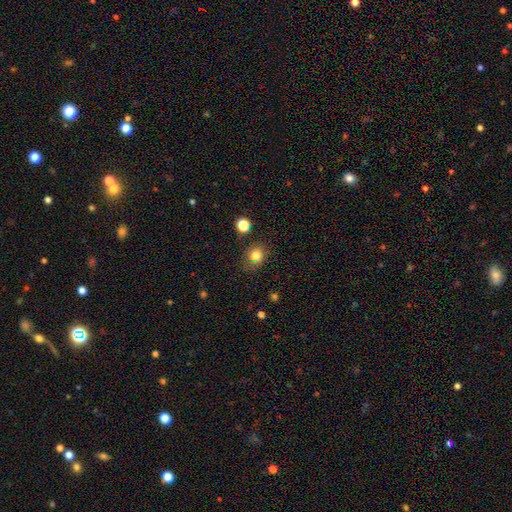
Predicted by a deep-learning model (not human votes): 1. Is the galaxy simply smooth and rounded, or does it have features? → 81% smooth, 12% star or artifact, 7% featured or disk.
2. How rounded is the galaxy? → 65% round, 34% in between, 1% cigar-shaped.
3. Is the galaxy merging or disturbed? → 79% none, 14% minor disturbance, 4% major disturbance, 3% merger.